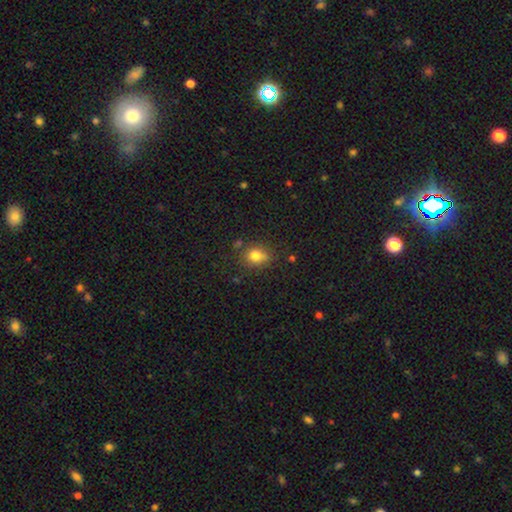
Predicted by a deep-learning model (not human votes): Smooth or featured? Predicted: smooth (p=0.80). How rounded? Predicted: round (p=0.60). Merging? Predicted: none (p=0.73).